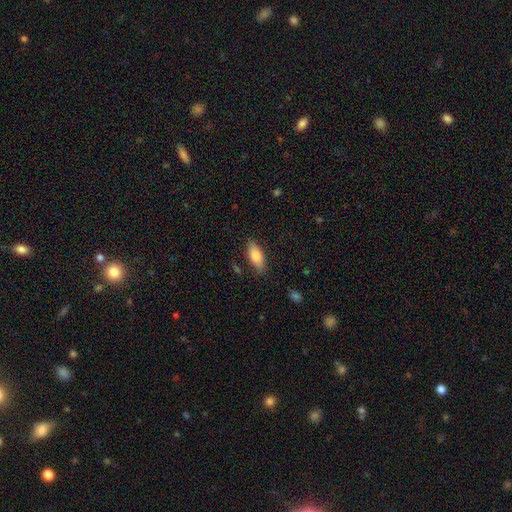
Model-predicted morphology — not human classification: A smooth galaxy with no disk features (82%) that is in between round and cigar-shaped (81%).

Vote fractions:
- Smooth or featured? smooth: 82% / featured or disk: 11% / star or artifact: 7%
- How rounded? in between: 81% / cigar-shaped: 17% / round: 2%
- Merging? none: 77% / minor disturbance: 17% / major disturbance: 4% / merger: 2%